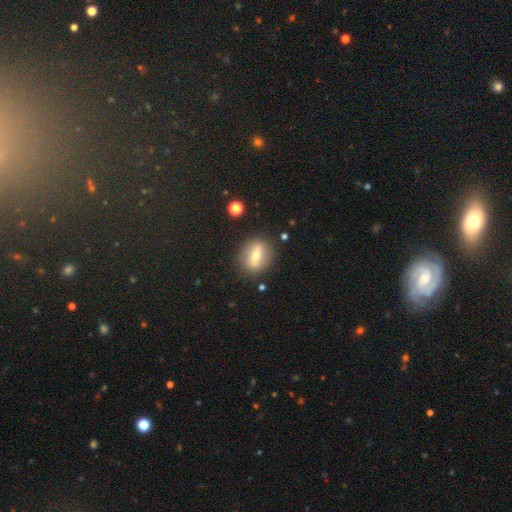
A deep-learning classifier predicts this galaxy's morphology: A smooth galaxy with no disk features (47%).

Vote fractions:
- Smooth or featured? smooth: 47% / featured or disk: 45% / star or artifact: 8%
- Merging? none: 86% / minor disturbance: 9% / major disturbance: 3% / merger: 2%